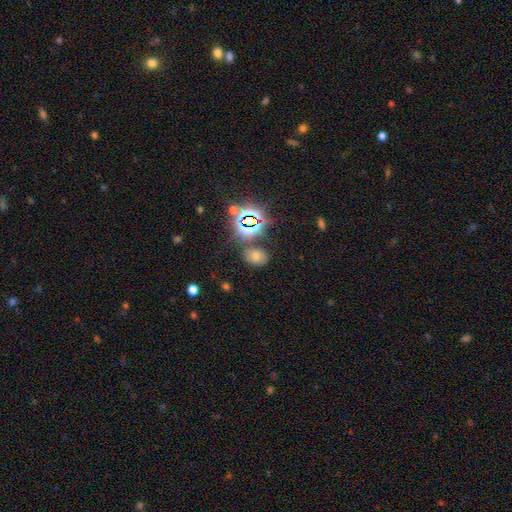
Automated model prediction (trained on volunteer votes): Smooth or featured? smooth (47%)
Merging? none (77%)